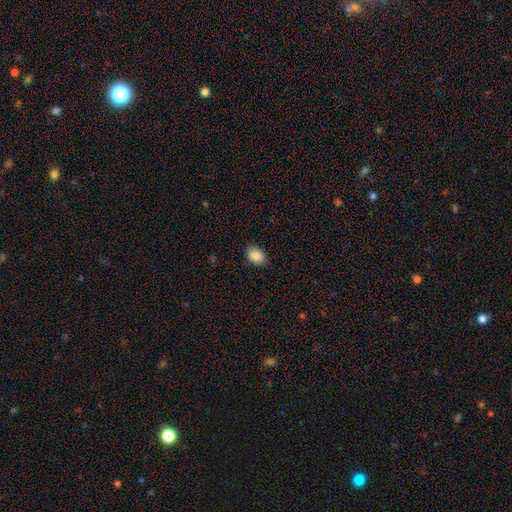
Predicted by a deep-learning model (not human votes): smooth 87%, star or artifact 8%, featured or disk 5%. Down the decision tree: how rounded — in between (83%); merging — none (84%).